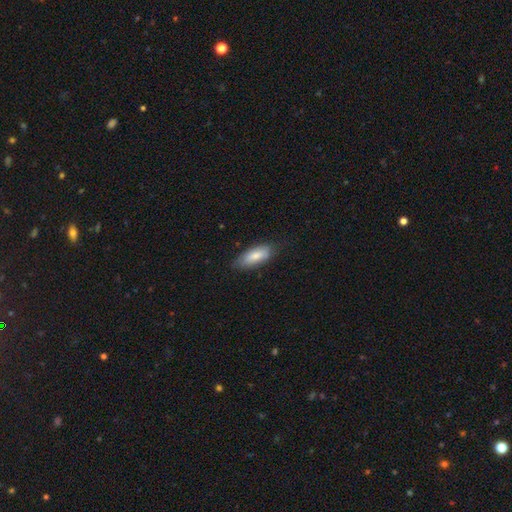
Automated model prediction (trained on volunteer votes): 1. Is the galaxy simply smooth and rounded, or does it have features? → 78% smooth, 16% featured or disk, 6% star or artifact.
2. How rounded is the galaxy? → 78% in between, 20% cigar-shaped, 2% round.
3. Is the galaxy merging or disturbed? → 76% none, 19% minor disturbance, 4% major disturbance, 1% merger.